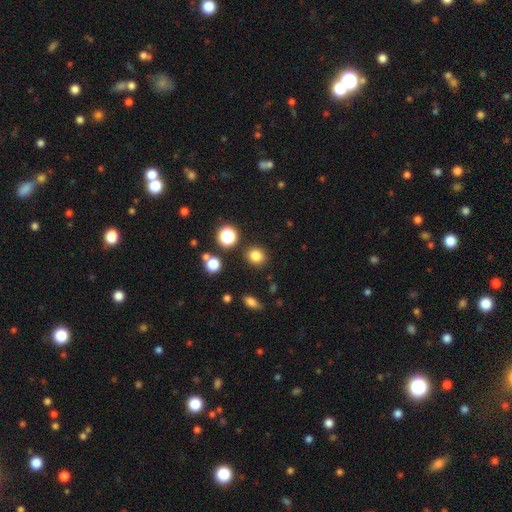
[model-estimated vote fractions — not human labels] Smooth or featured? smooth (81%)
How rounded? round (83%)
Merging? none (86%)